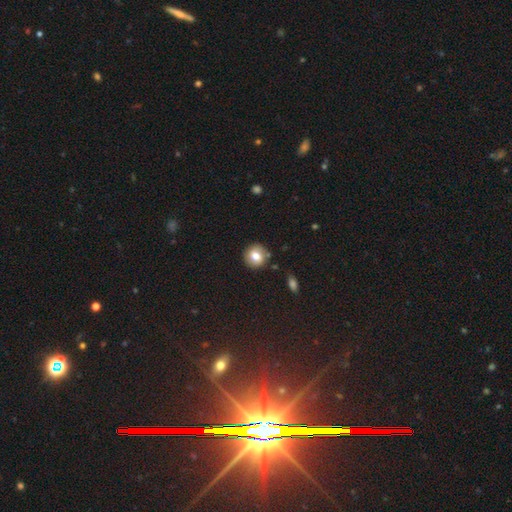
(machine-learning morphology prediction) Smooth or featured? Predicted: smooth (p=0.77). How rounded? Predicted: round (p=0.91). Merging? Predicted: none (p=0.85).